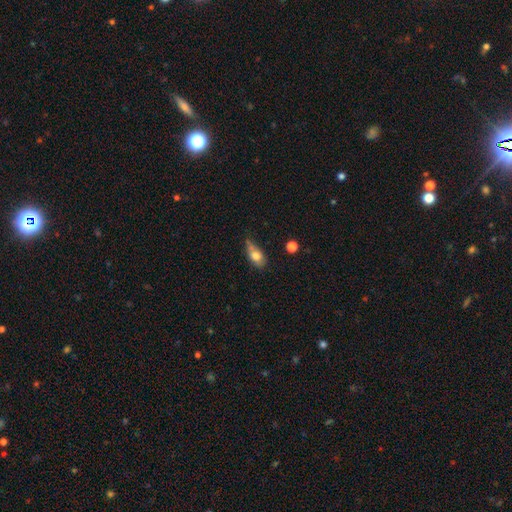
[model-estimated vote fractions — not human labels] Smooth or featured? smooth (74%)
How rounded? in between (80%)
Merging? none (40%)